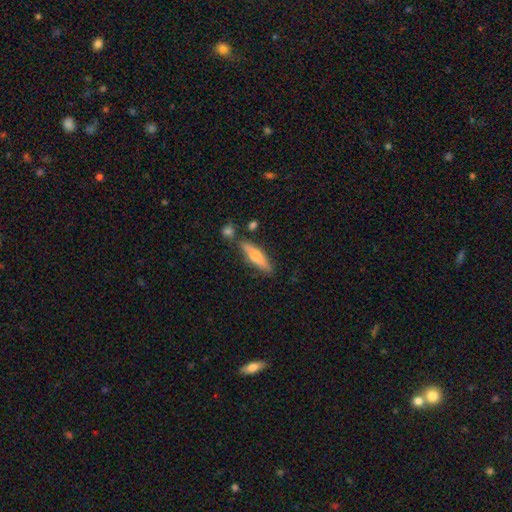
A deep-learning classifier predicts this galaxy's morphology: Smooth or featured?
  - smooth: 54% *
  - featured or disk: 40%
  - star or artifact: 6%
How rounded?
  - cigar-shaped: 68% *
  - in between: 30%
  - round: 2%
Merging?
  - none: 70% *
  - minor disturbance: 16%
  - merger: 10%
  - major disturbance: 4%